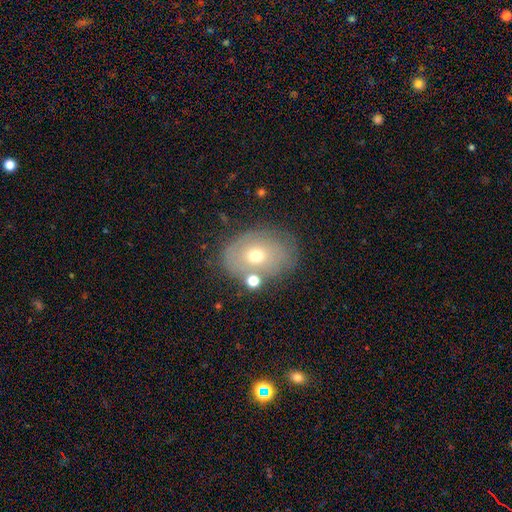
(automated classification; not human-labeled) A smooth galaxy with no disk features (54%) that is in between round and cigar-shaped (66%). Merging: none (67%).